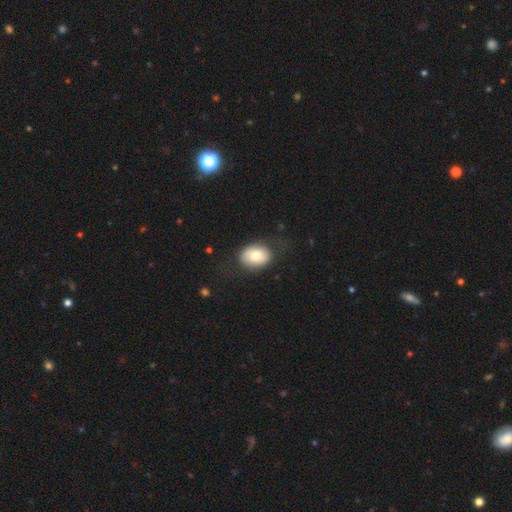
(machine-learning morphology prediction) Smooth or featured?
  - smooth: 70% *
  - featured or disk: 23%
  - star or artifact: 7%
How rounded?
  - in between: 73% *
  - round: 26%
  - cigar-shaped: 1%
Merging?
  - none: 75% *
  - minor disturbance: 16%
  - major disturbance: 8%
  - merger: 1%